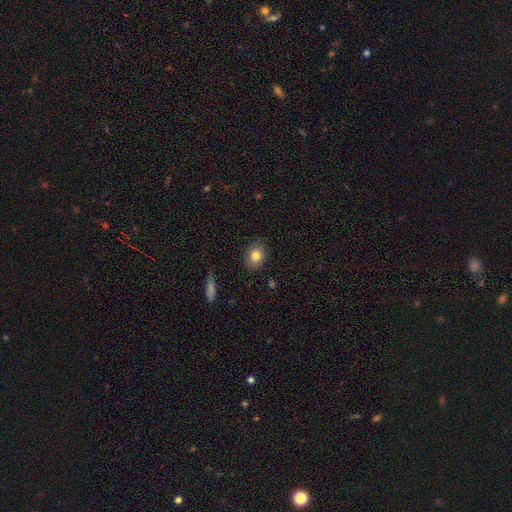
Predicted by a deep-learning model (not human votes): A smooth galaxy with no disk features (82%) that is in between round and cigar-shaped (55%). Merging: none (86%).